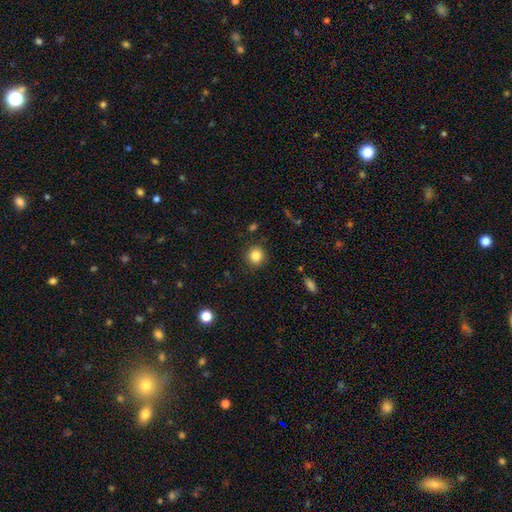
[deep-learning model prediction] Smooth or featured? smooth (84%)
How rounded? round (90%)
Merging? none (89%)